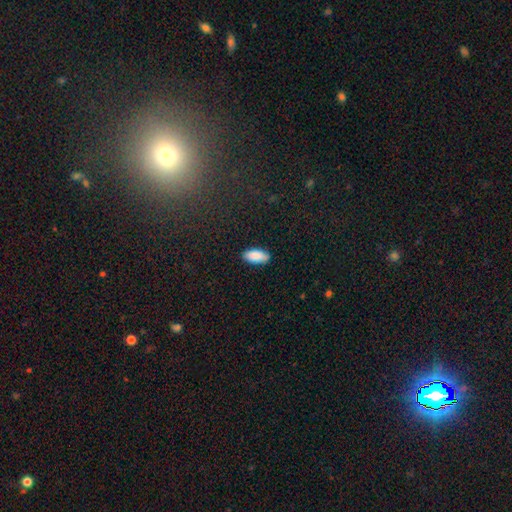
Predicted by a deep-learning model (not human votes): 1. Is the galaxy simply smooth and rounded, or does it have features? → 89% smooth, 6% star or artifact, 5% featured or disk.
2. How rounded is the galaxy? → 89% in between, 9% cigar-shaped, 2% round.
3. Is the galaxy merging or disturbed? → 86% none, 11% minor disturbance, 2% major disturbance, 1% merger.